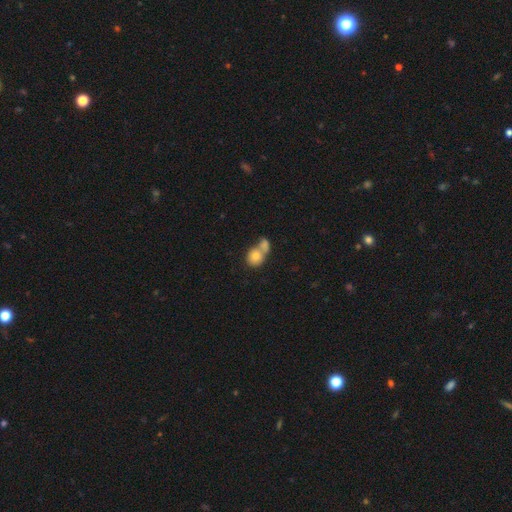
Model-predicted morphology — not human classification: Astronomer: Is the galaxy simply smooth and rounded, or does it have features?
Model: smooth — 79%.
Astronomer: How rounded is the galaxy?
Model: round — 71%.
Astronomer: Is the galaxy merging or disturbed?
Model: merger — 64%.